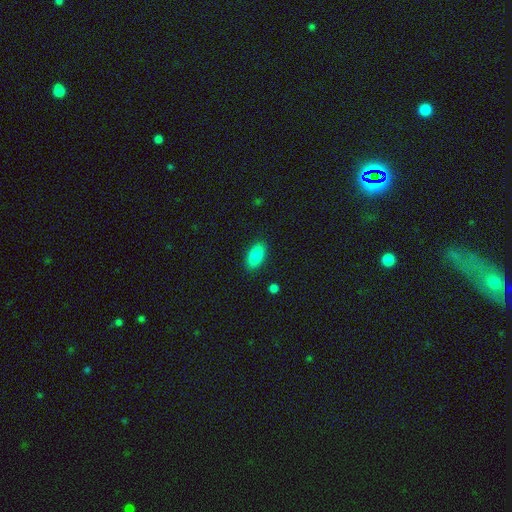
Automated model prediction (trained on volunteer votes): Smooth or featured?
  - smooth: 86% *
  - star or artifact: 7%
  - featured or disk: 6%
How rounded?
  - in between: 91% *
  - cigar-shaped: 6%
  - round: 3%
Merging?
  - none: 88% *
  - minor disturbance: 9%
  - major disturbance: 2%
  - merger: 1%